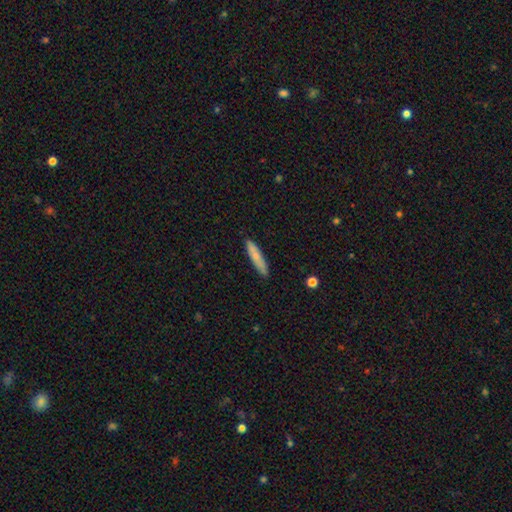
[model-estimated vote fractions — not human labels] Smooth or featured? smooth (77%)
How rounded? cigar-shaped (87%)
Merging? none (88%)